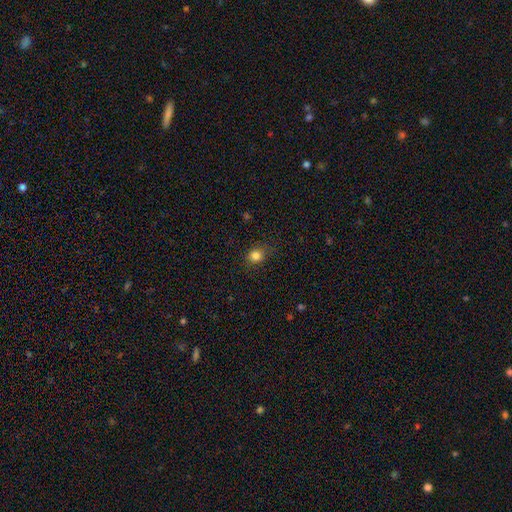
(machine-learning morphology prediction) This appears to be a smooth galaxy with no disk features (83%) that is round (77%). Merging: none (83%).